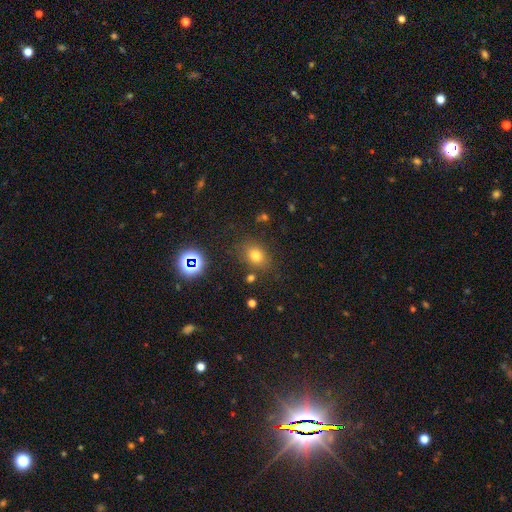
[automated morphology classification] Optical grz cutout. It shows a smooth galaxy with no disk features (71%) that is in between round and cigar-shaped (52%). Merging: none (79%).